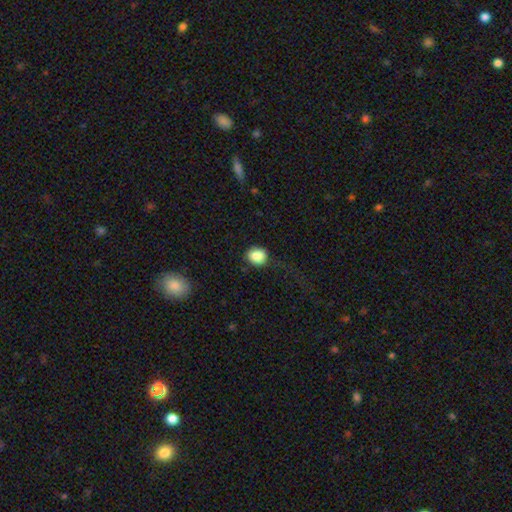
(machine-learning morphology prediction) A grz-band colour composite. It shows a smooth galaxy with no disk features (87%) that is round (70%). Merging: none (73%).